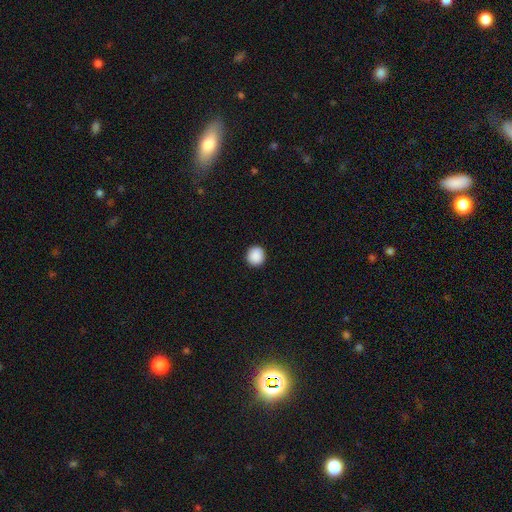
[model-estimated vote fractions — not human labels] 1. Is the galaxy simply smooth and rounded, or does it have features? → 90% smooth, 8% star or artifact, 2% featured or disk.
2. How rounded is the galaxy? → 93% round, 6% in between, 1% cigar-shaped.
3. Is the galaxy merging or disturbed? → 93% none, 5% minor disturbance, 1% major disturbance, 1% merger.